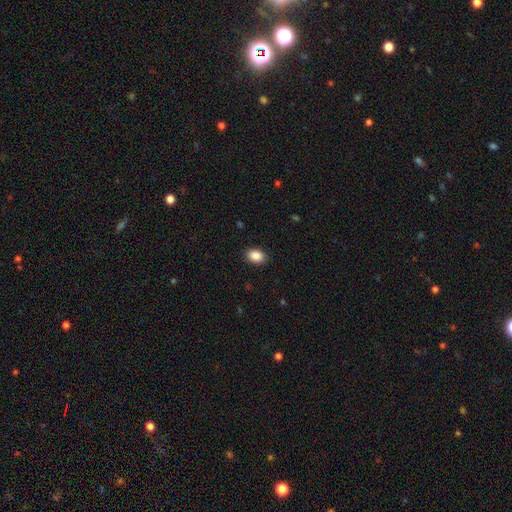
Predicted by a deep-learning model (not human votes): Smooth or featured: smooth — 89% (star or artifact — 8%)
How rounded: in between — 80% (round — 19%)
Merging: none — 89% (minor disturbance — 8%)